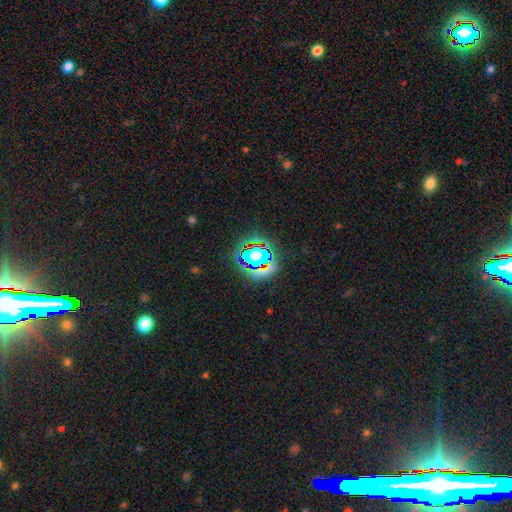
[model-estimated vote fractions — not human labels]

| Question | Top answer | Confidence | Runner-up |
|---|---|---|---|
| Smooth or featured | star or artifact | 60% | smooth (25%) |